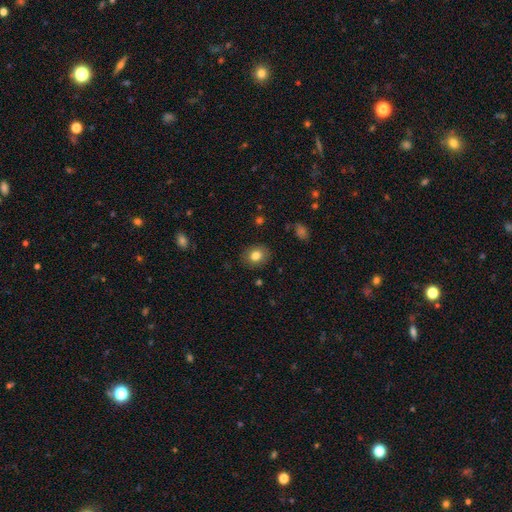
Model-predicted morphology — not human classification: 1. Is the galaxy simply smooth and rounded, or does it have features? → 82% smooth, 10% star or artifact, 9% featured or disk.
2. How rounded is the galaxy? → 57% round, 42% in between, 1% cigar-shaped.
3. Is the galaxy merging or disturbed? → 87% none, 10% minor disturbance, 2% major disturbance, 1% merger.